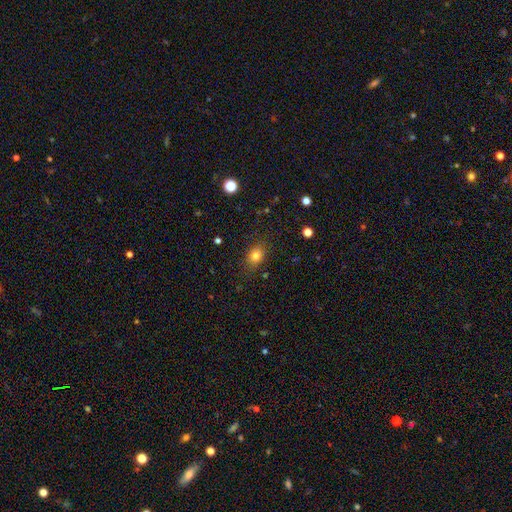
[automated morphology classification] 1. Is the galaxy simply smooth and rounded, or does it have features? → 80% smooth, 13% star or artifact, 8% featured or disk.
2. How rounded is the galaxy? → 52% in between, 47% round, 1% cigar-shaped.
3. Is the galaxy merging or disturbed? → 83% none, 12% minor disturbance, 4% major disturbance, 1% merger.